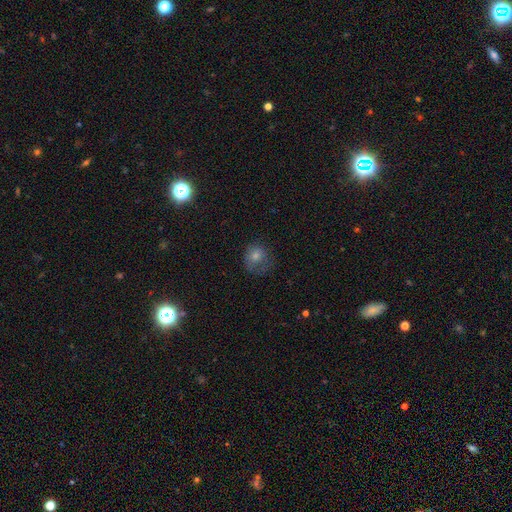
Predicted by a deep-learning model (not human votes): smooth_or_featured: smooth (p=0.71) [alt: featured or disk p=0.18]
how_rounded: round (p=0.74) [alt: in between p=0.25]
merging: none (p=0.46) [alt: major disturbance p=0.27]